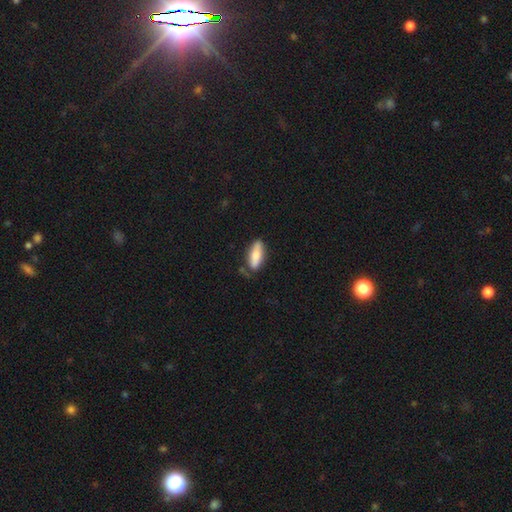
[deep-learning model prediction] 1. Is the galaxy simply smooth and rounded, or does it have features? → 79% smooth, 15% featured or disk, 6% star or artifact.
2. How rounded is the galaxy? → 65% in between, 33% cigar-shaped, 2% round.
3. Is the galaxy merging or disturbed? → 66% none, 24% minor disturbance, 5% major disturbance, 4% merger.